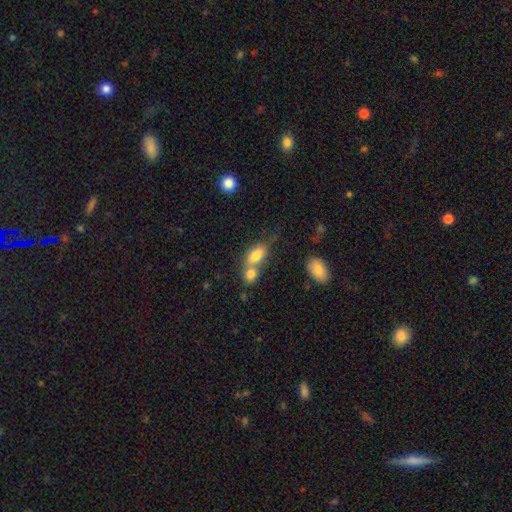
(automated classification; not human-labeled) Q: Smooth or featured?
A: smooth (79%); runner-up: featured or disk (12%)
Q: How rounded?
A: in between (83%); runner-up: round (11%)
Q: Merging?
A: merger (57%); runner-up: none (29%)